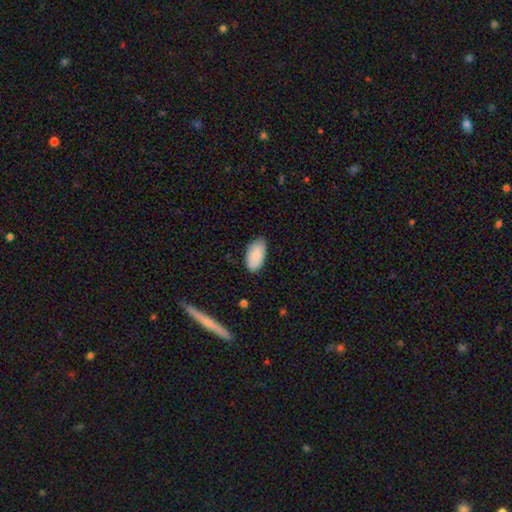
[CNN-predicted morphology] Smooth or featured?
  - smooth: 83% *
  - featured or disk: 11%
  - star or artifact: 6%
How rounded?
  - in between: 95% *
  - round: 3%
  - cigar-shaped: 2%
Merging?
  - none: 76% *
  - minor disturbance: 20%
  - major disturbance: 3%
  - merger: 1%